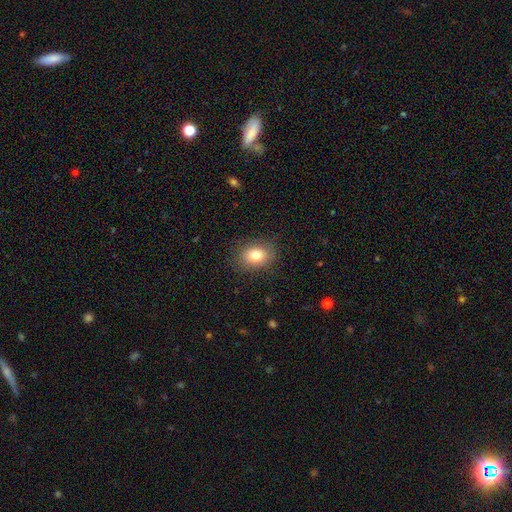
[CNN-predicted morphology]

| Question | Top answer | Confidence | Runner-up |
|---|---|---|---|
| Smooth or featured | smooth | 80% | featured or disk (10%) |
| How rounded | in between | 64% | round (35%) |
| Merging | none | 85% | minor disturbance (11%) |